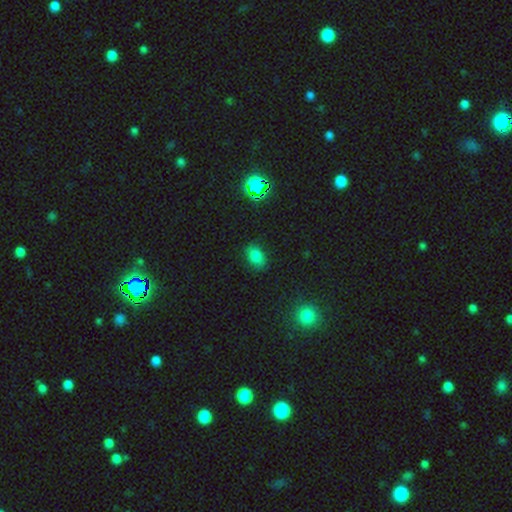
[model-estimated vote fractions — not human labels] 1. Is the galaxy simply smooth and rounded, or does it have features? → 77% smooth, 17% star or artifact, 6% featured or disk.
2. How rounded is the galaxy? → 79% in between, 20% round, 1% cigar-shaped.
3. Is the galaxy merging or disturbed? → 82% none, 13% minor disturbance, 3% major disturbance, 1% merger.